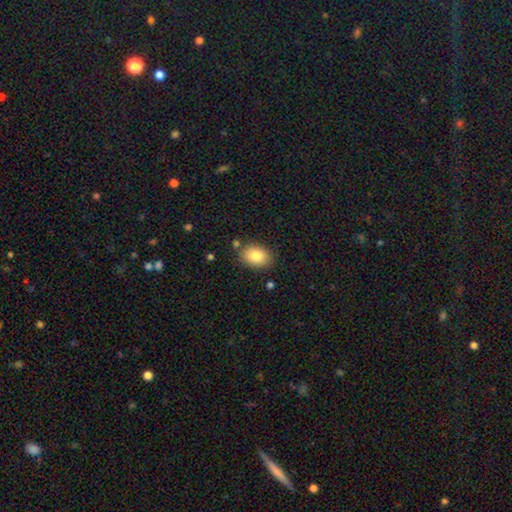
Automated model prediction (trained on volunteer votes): Morphology: type=smooth (84%); roundness=in between (78%); merging=none (81%).